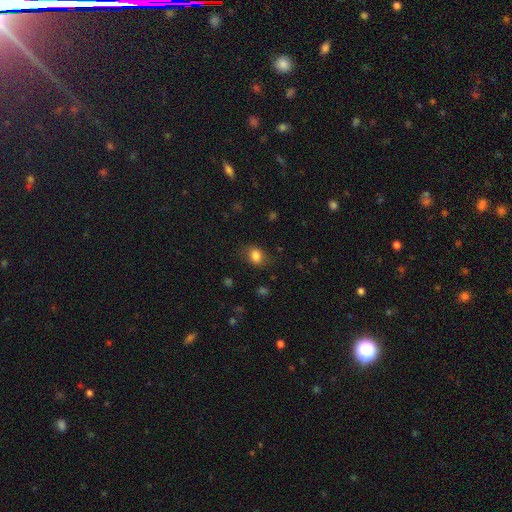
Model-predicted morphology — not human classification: Overall: smooth (84%). How rounded: in between (62%; round 36%). Merging: none (77%).